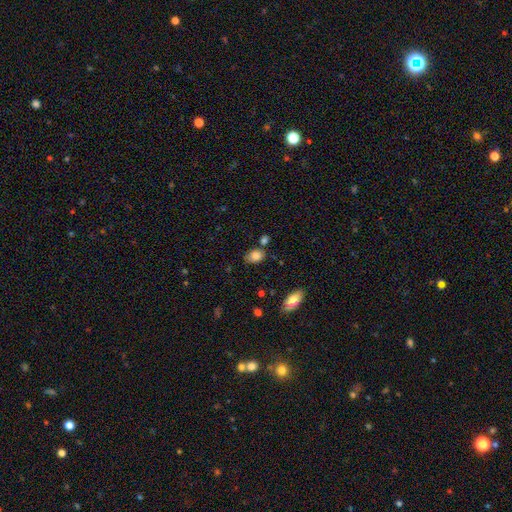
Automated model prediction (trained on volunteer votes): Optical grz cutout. It shows a smooth galaxy with no disk features (83%) that is in between round and cigar-shaped (79%). Merging: none (66%).